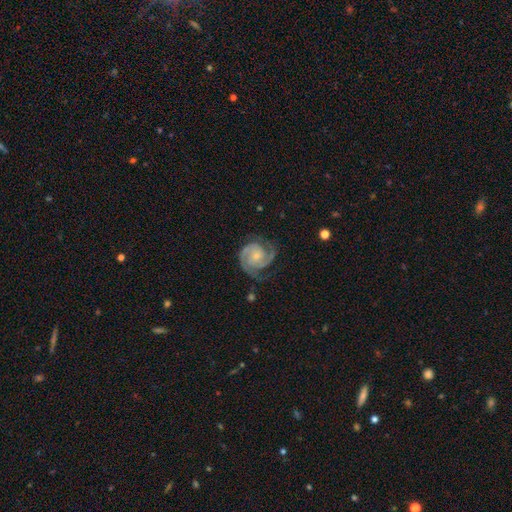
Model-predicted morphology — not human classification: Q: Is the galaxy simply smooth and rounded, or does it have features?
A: featured or disk — 90%.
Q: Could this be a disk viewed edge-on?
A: no — 98%.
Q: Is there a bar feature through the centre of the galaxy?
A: no — 67%.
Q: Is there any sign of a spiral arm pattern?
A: yes — 98%.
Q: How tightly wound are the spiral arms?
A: tight — 55%.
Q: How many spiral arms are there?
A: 2 — 84%.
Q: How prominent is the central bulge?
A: small — 60%.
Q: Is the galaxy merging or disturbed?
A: none — 73%.